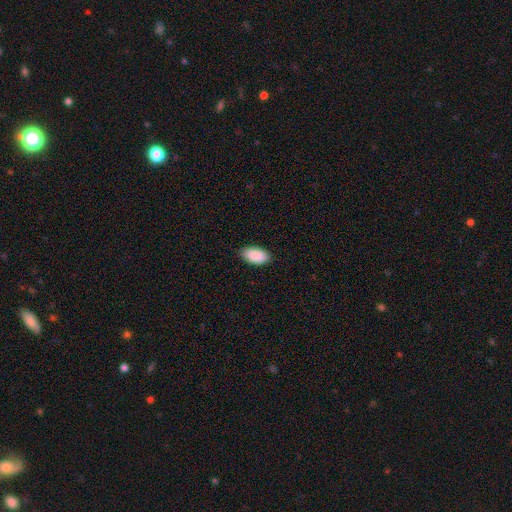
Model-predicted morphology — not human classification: A smooth galaxy with no disk features (91%) that is in between round and cigar-shaped (95%).

Vote fractions:
- Smooth or featured? smooth: 91% / star or artifact: 6% / featured or disk: 3%
- How rounded? in between: 95% / round: 3% / cigar-shaped: 2%
- Merging? none: 86% / minor disturbance: 11% / major disturbance: 2% / merger: 1%